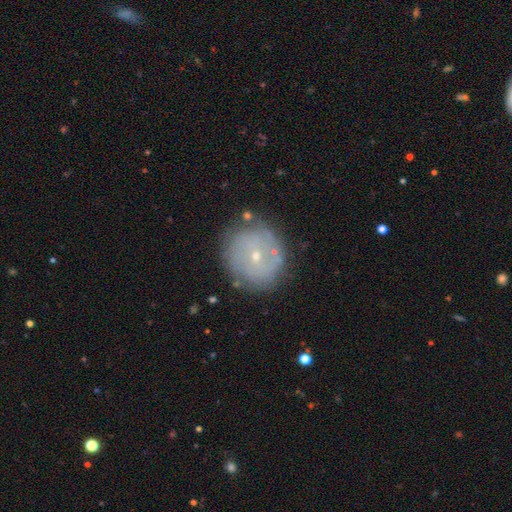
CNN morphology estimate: type=featured or disk (59%); edge-on=no (97%); bar=no (71%); spiral arms=yes (64%); bulge=small (78%); merging=none (80%).